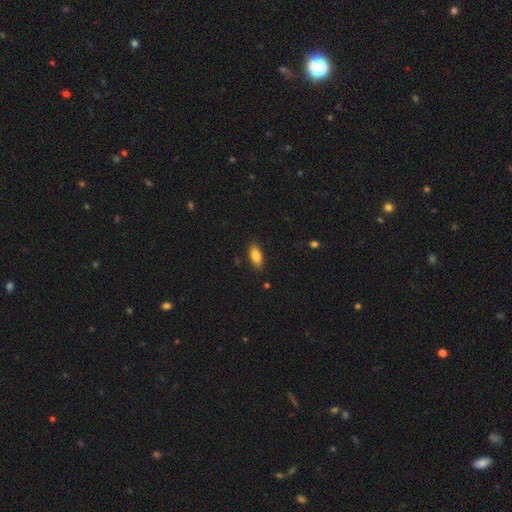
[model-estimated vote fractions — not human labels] Smooth or featured: smooth — 83% (featured or disk — 9%)
How rounded: in between — 88% (cigar-shaped — 9%)
Merging: none — 86% (minor disturbance — 10%)